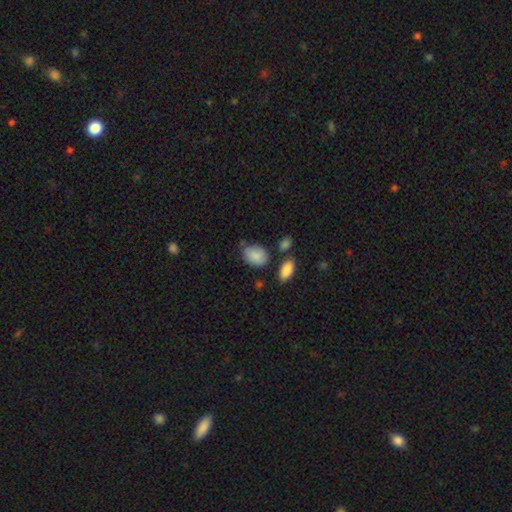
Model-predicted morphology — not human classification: Q: Smooth or featured?
A: smooth (87%); runner-up: star or artifact (7%)
Q: How rounded?
A: in between (74%); runner-up: round (24%)
Q: Merging?
A: none (62%); runner-up: minor disturbance (24%)